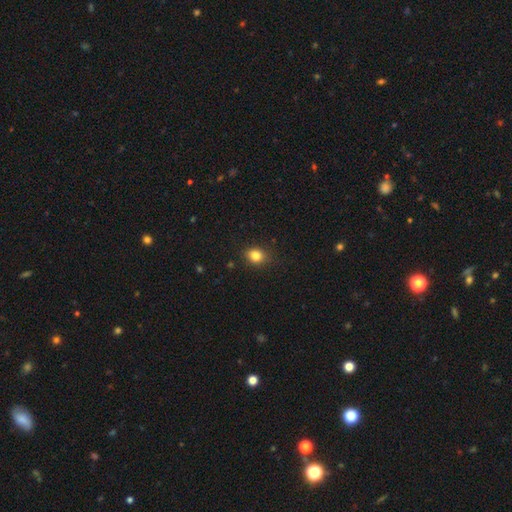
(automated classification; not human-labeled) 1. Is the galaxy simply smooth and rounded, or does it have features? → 84% smooth, 11% star or artifact, 6% featured or disk.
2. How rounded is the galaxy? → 51% round, 48% in between, 1% cigar-shaped.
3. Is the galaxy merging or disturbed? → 86% none, 10% minor disturbance, 3% major disturbance, 1% merger.